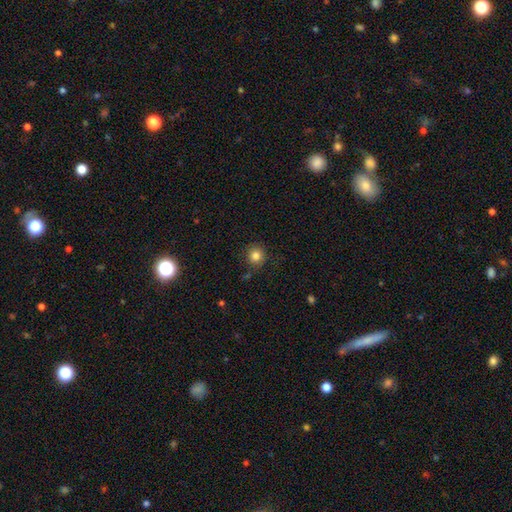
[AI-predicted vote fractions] This appears to be a smooth galaxy with no disk features (83%) that is round (92%). Merging: none (82%).